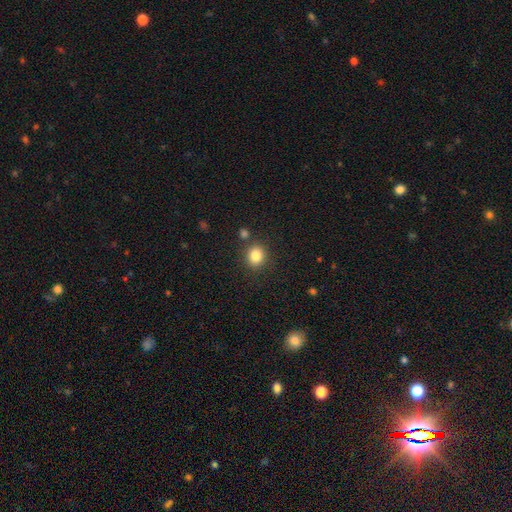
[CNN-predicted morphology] smooth 83%, star or artifact 11%, featured or disk 6%. Down the decision tree: how rounded — round (77%); merging — none (82%).